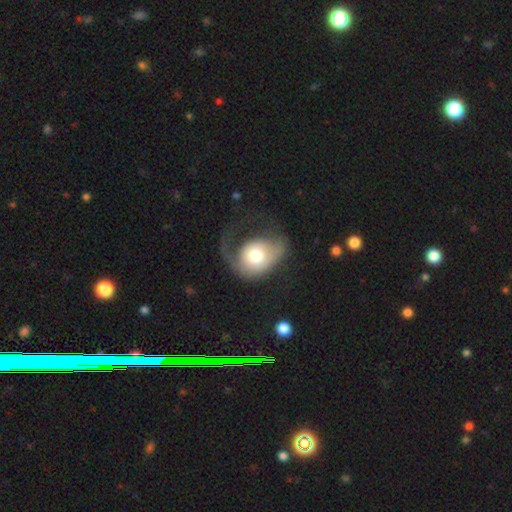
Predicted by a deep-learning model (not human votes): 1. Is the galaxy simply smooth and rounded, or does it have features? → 47% featured or disk (tied), 47% smooth (tied), 7% star or artifact.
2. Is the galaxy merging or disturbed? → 54% major disturbance, 25% none, 18% minor disturbance, 3% merger.